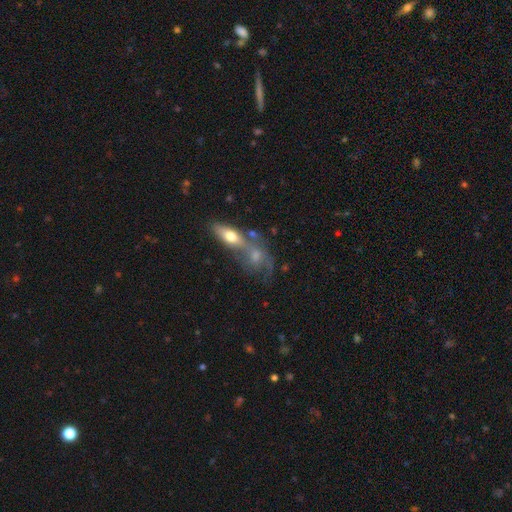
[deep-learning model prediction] Morphology: type=featured or disk (45%, tied with smooth); merging=merger (46%).